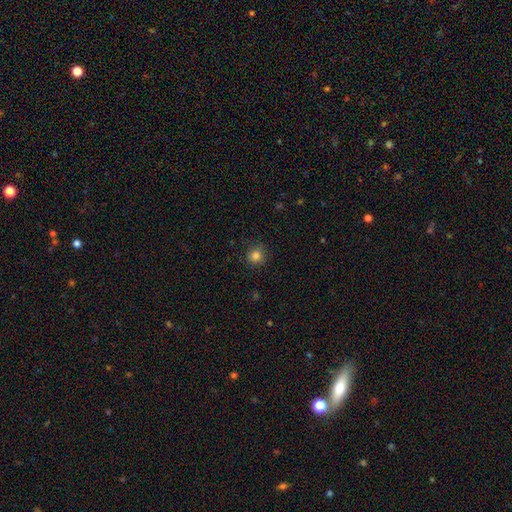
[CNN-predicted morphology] Smooth or featured: smooth — 83% (star or artifact — 12%)
How rounded: round — 92% (in between — 7%)
Merging: none — 86% (minor disturbance — 10%)